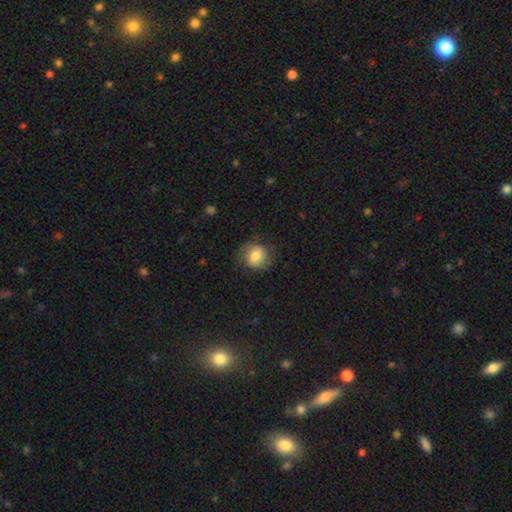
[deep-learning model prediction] This appears to be a smooth galaxy with no disk features (73%) that is round (75%). Merging: none (71%).